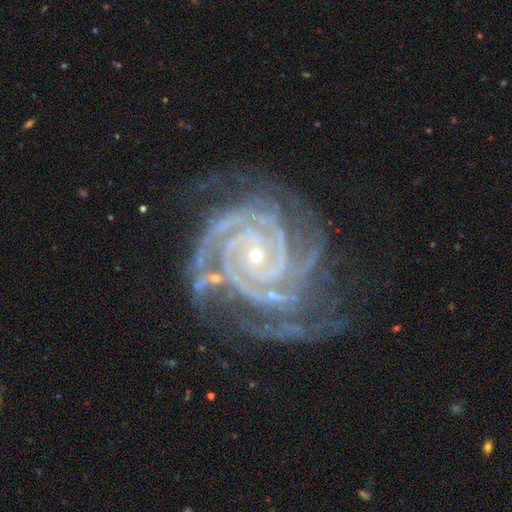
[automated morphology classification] Overall: featured or disk (93%). Edge-on disk: no (98%). Bar: no (64%). Spiral arms: yes (99%). Spiral arm count: 2 (29%; 3 27%). Spiral winding: tight (84%). Bulge size: small (78%). Merging: none (64%).